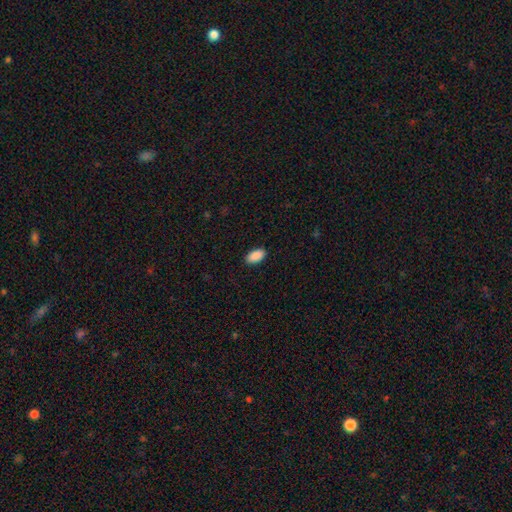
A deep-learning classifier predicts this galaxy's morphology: The model was most divided on "merging": none: 90%, minor disturbance: 7%, major disturbance: 2%, merger: 1%. More confident: how rounded — in between (95%); smooth or featured — smooth (91%).